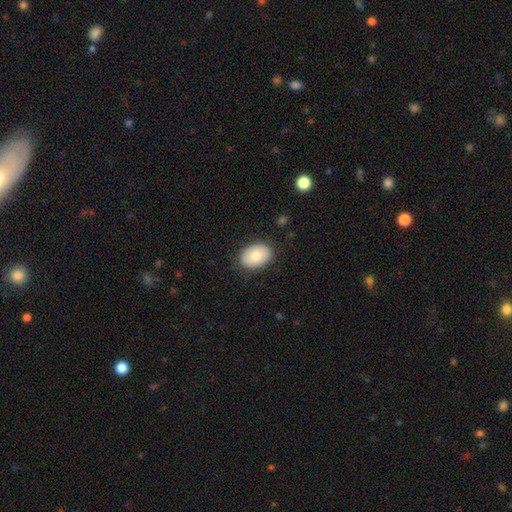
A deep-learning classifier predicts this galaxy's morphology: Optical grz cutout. It shows a smooth galaxy with no disk features (81%) that is in between round and cigar-shaped (79%). Merging: none (85%).